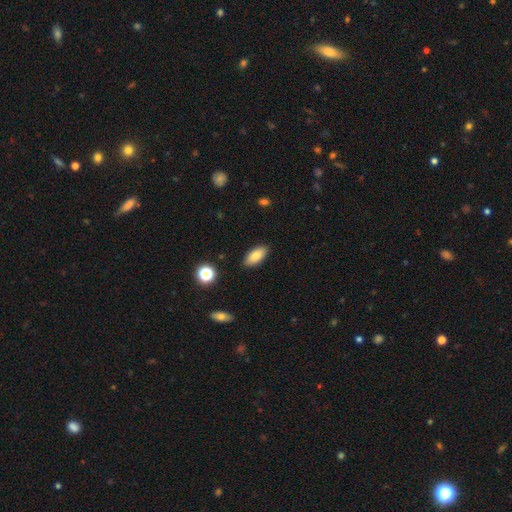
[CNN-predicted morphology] A smooth galaxy with no disk features (84%) that is in between round and cigar-shaped (89%).

Vote fractions:
- Smooth or featured? smooth: 84% / featured or disk: 8% / star or artifact: 8%
- How rounded? in between: 89% / cigar-shaped: 8% / round: 3%
- Merging? none: 88% / minor disturbance: 8% / major disturbance: 2% / merger: 1%